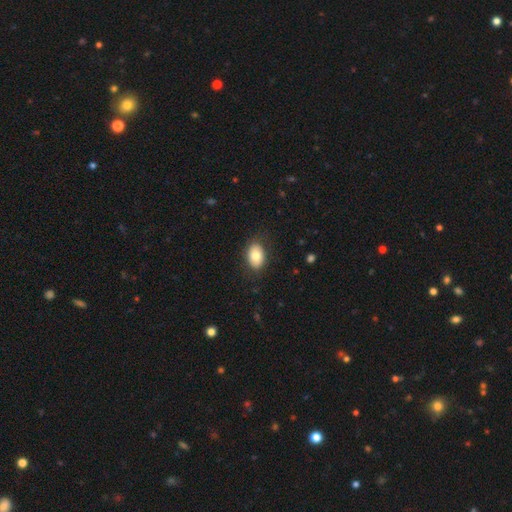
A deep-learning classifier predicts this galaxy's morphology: Smooth or featured? Predicted: smooth (p=0.81). How rounded? Predicted: in between (p=0.84). Merging? Predicted: none (p=0.83).